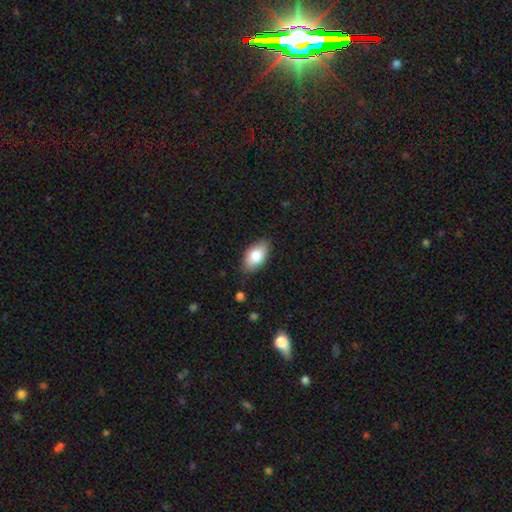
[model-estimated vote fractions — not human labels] This appears to be a smooth galaxy with no disk features (83%) that is in between round and cigar-shaped (94%). Merging: none (84%).